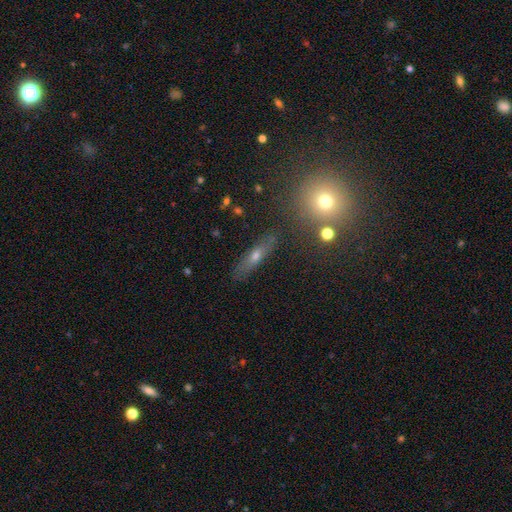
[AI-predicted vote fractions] A smooth galaxy with no disk features (46%).

Vote fractions:
- Smooth or featured? smooth: 46% / featured or disk: 39% / star or artifact: 16%
- Merging? none: 82% / minor disturbance: 12% / major disturbance: 3% / merger: 3%